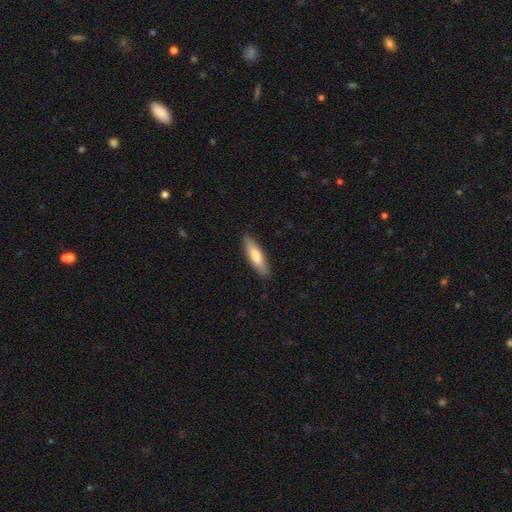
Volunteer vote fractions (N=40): Overall: smooth (75%). How rounded: cigar-shaped (77%). Merging: none (94%).